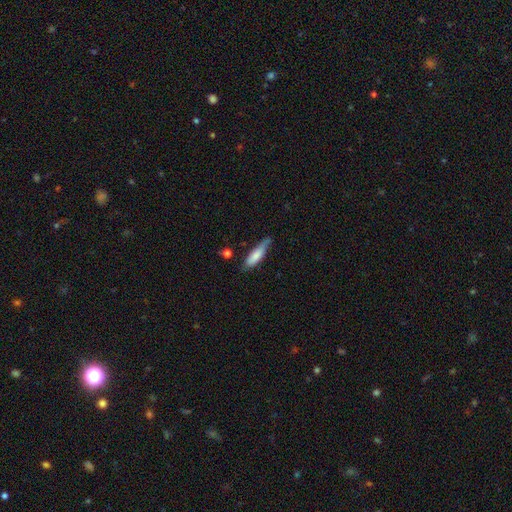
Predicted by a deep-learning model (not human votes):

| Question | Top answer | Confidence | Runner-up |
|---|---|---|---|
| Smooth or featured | smooth | 74% | featured or disk (20%) |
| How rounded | cigar-shaped | 63% | in between (35%) |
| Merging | none | 53% | minor disturbance (35%) |